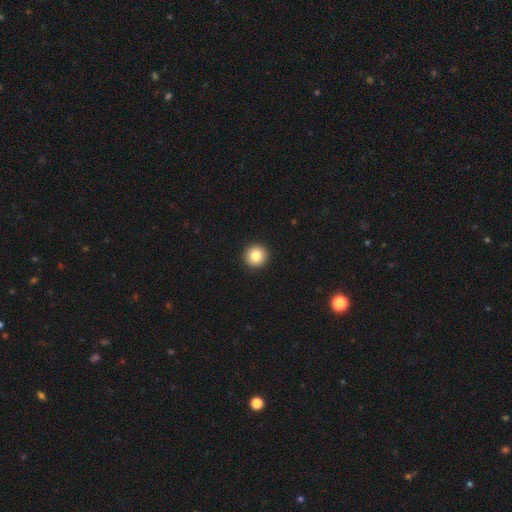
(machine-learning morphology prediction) This is clearly a smooth galaxy (83%). How rounded: clearly round (96%). Merging: clearly none (94%).